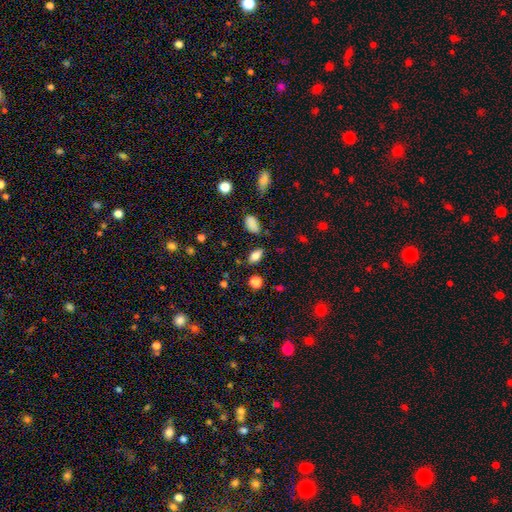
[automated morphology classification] type=smooth (81%); roundness=in between (89%); merging=none (83%).